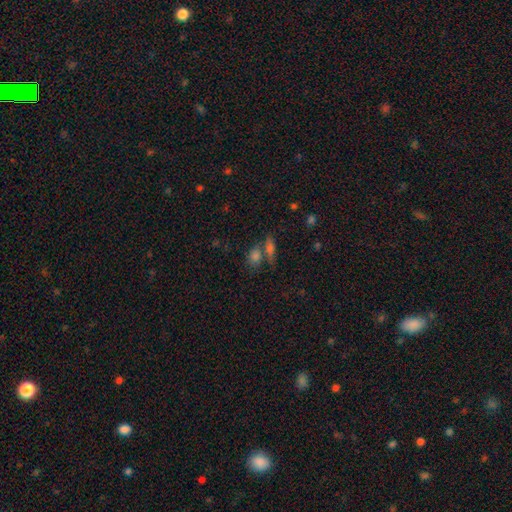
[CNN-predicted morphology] Smooth or featured: smooth — 69% (star or artifact — 17%)
How rounded: in between — 53% (round — 35%)
Merging: none — 52% (merger — 33%)